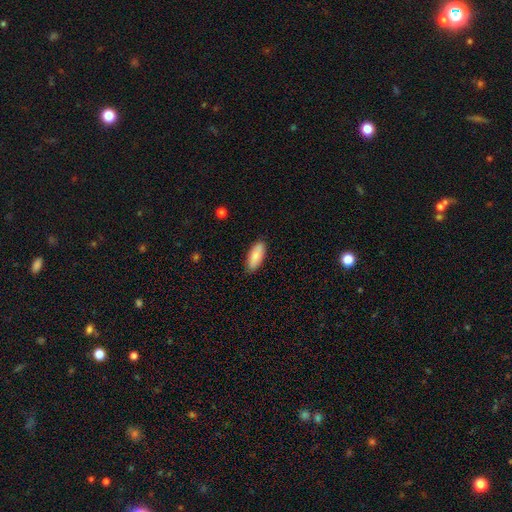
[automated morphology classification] Q: Smooth or featured?
A: smooth (85%); runner-up: featured or disk (10%)
Q: How rounded?
A: in between (78%); runner-up: cigar-shaped (20%)
Q: Merging?
A: none (87%); runner-up: minor disturbance (10%)